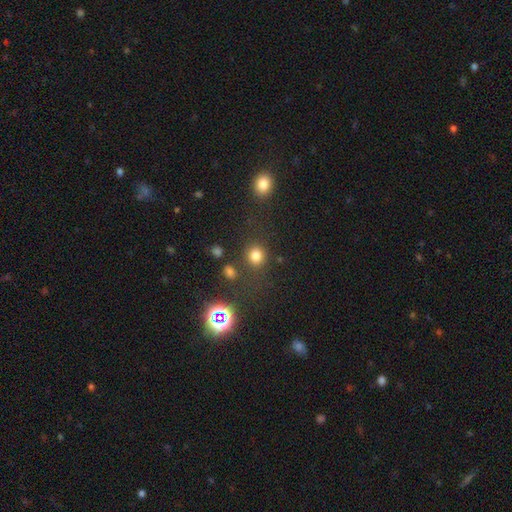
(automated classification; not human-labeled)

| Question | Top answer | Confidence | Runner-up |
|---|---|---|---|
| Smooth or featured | smooth | 77% | star or artifact (17%) |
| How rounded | round | 84% | in between (15%) |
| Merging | none | 78% | minor disturbance (10%) |